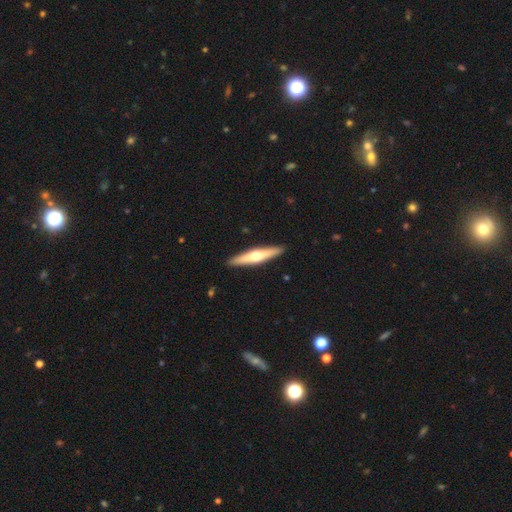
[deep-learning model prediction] Smooth or featured: featured or disk — 54% (smooth — 41%)
Edge-on disk: yes — 95% (no — 5%)
Edge-on bulge: rounded — 92% (none — 5%)
Merging: none — 92% (minor disturbance — 6%)